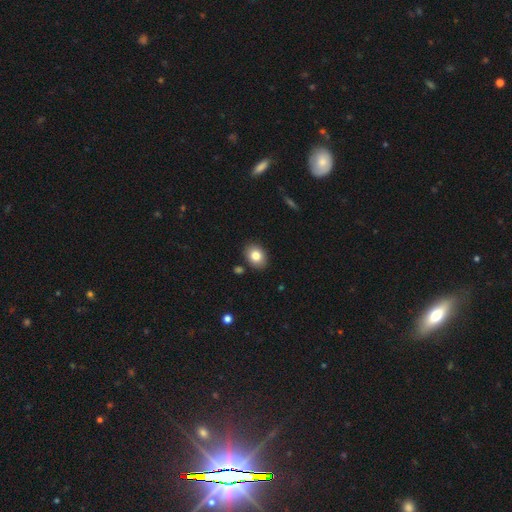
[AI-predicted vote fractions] Smooth or featured? smooth (82%)
How rounded? in between (60%)
Merging? none (87%)